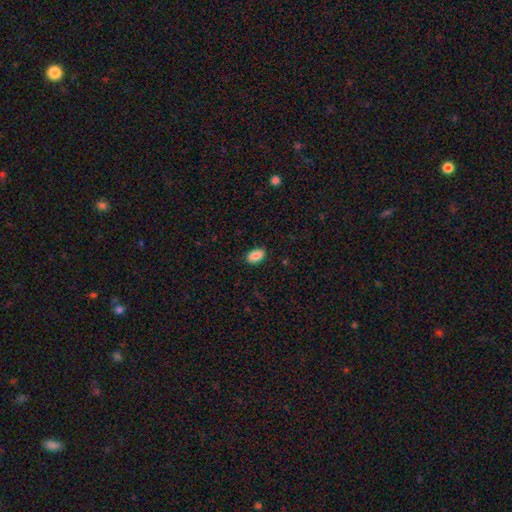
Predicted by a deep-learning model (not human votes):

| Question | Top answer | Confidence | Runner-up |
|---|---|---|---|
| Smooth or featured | smooth | 86% | star or artifact (7%) |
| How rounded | in between | 91% | round (7%) |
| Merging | none | 87% | minor disturbance (10%) |